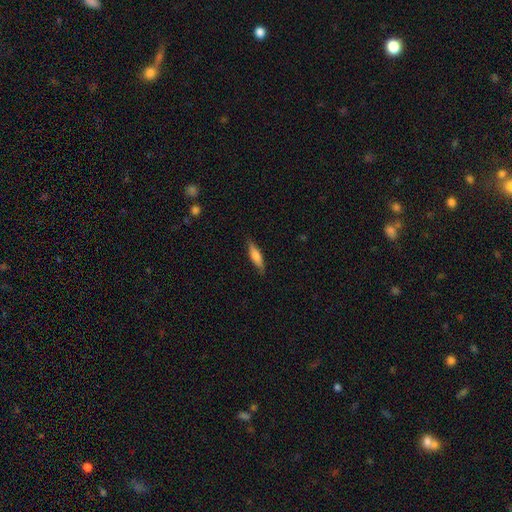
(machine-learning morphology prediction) smooth 66%, featured or disk 28%, star or artifact 6%. Down the decision tree: how rounded — cigar-shaped (73%); merging — none (85%).